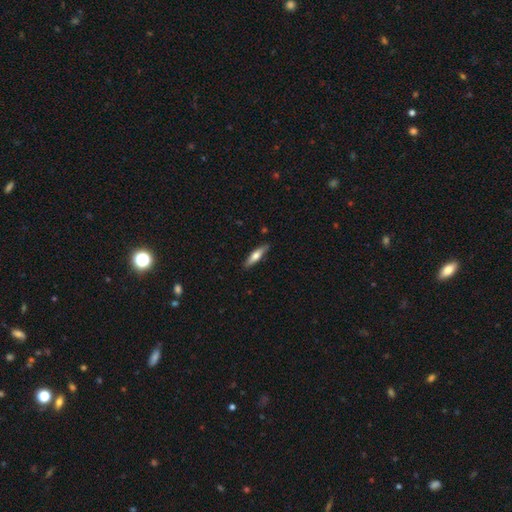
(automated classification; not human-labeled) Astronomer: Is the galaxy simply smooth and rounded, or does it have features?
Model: smooth — 54% (runner-up: featured or disk, 40%).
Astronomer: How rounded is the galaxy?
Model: cigar-shaped — 74%.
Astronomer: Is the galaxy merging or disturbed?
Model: none — 87%.